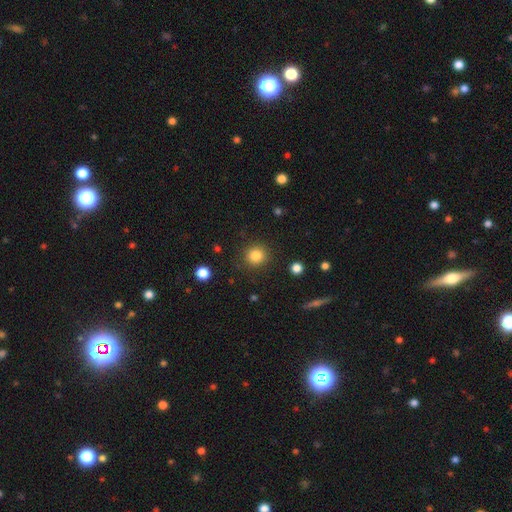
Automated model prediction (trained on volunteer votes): The model was most divided on "smooth or featured": smooth: 84%, star or artifact: 11%, featured or disk: 5%. More confident: how rounded — round (92%); merging — none (89%).